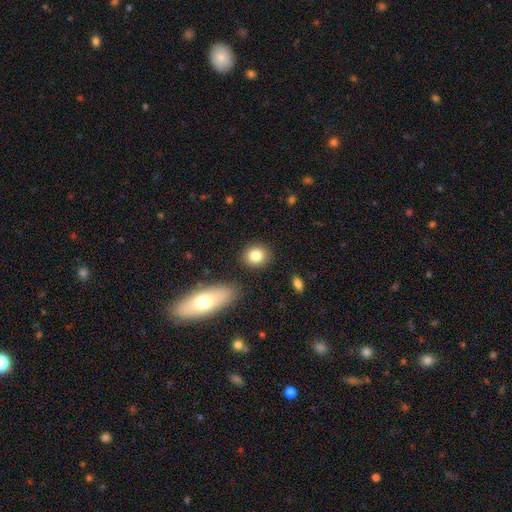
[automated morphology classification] Smooth or featured? Predicted: smooth (p=0.83). How rounded? Predicted: round (p=0.74). Merging? Predicted: none (p=0.86).